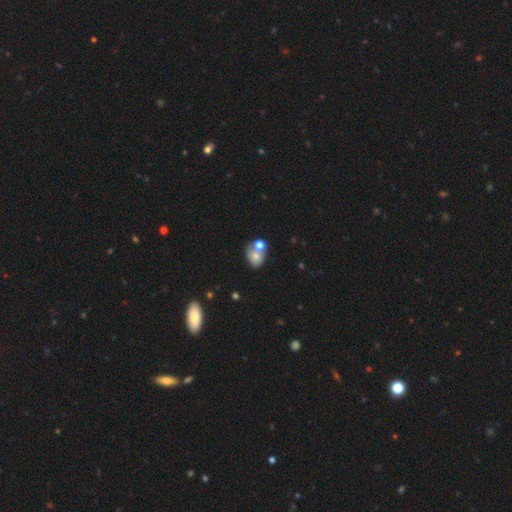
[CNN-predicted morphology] This appears to be a smooth galaxy with no disk features (69%) that is in between round and cigar-shaped (53%). Merging: merger (47%).